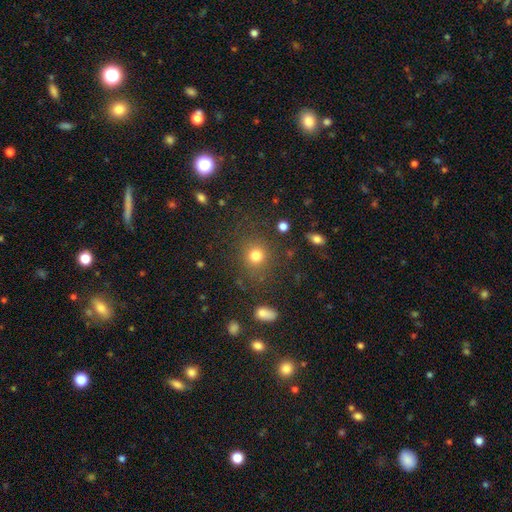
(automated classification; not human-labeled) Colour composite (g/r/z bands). It shows a smooth galaxy with no disk features (78%) that is round (86%). Merging: none (82%).